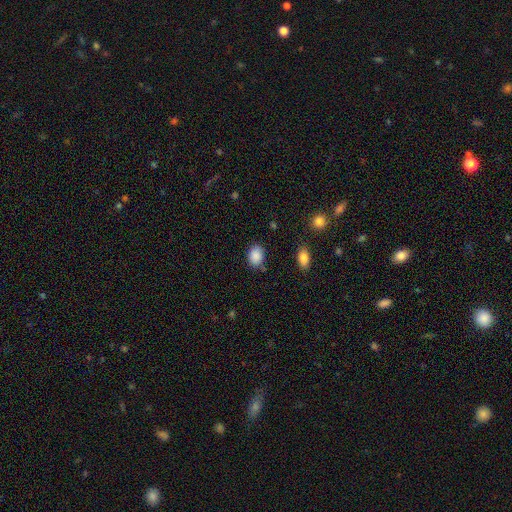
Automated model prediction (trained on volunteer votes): Smooth or featured? Predicted: smooth (p=0.88). How rounded? Predicted: in between (p=0.67). Merging? Predicted: none (p=0.78).